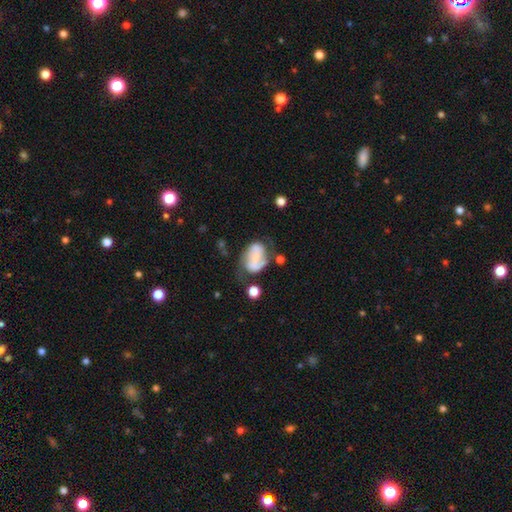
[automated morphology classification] type=featured or disk (52%); edge-on=no (97%); bar=no (58%); spiral arms=yes (71%); bulge=small (45%); merging=none (38%).